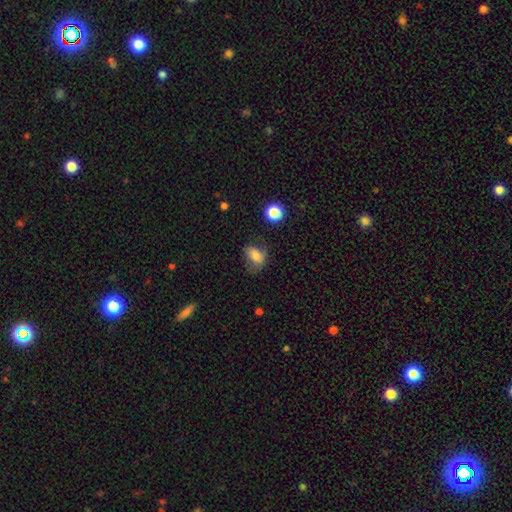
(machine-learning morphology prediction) type=smooth (74%); roundness=in between (75%); merging=none (50%).